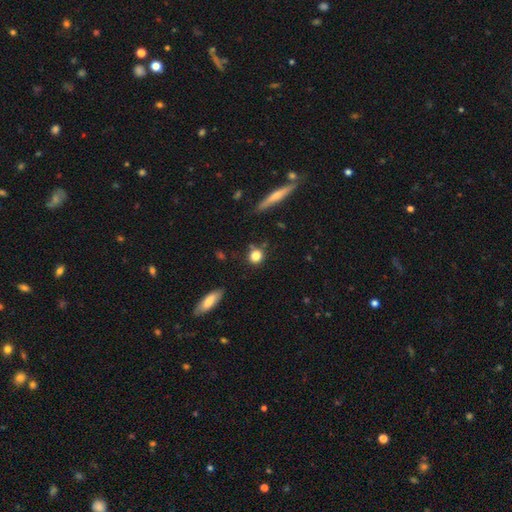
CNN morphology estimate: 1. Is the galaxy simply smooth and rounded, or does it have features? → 82% smooth, 10% star or artifact, 8% featured or disk.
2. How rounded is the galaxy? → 82% round, 14% in between, 4% cigar-shaped.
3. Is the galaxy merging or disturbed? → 77% none, 13% minor disturbance, 6% merger, 4% major disturbance.